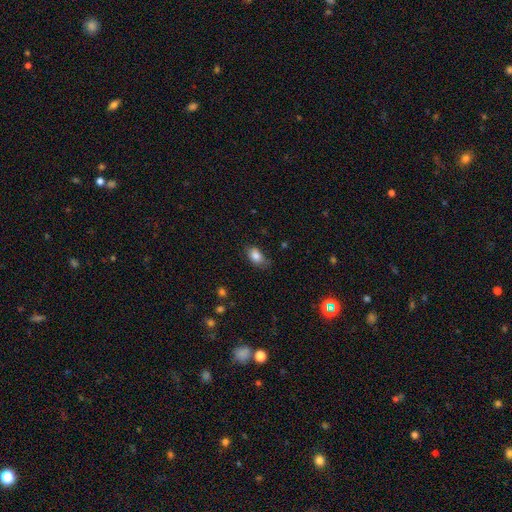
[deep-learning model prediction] smooth_or_featured: smooth (p=0.84) [alt: star or artifact p=0.08]
how_rounded: in between (p=0.89) [alt: round p=0.09]
merging: none (p=0.67) [alt: minor disturbance p=0.26]